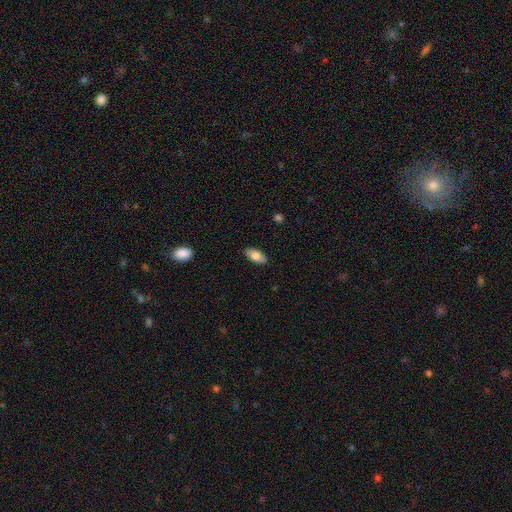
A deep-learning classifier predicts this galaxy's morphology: This is likely a smooth galaxy (78%). How rounded: clearly in between (91%). Merging: clearly none (88%).